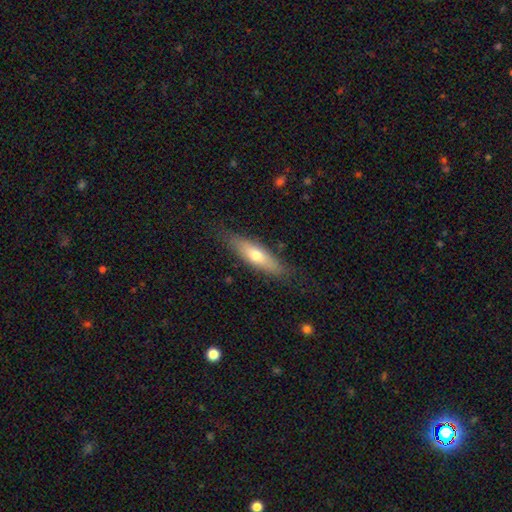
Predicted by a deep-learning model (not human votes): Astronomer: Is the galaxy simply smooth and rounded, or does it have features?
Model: smooth — 59% (runner-up: featured or disk, 35%).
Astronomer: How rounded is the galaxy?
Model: cigar-shaped — 63%.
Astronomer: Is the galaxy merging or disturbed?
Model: none — 81%.